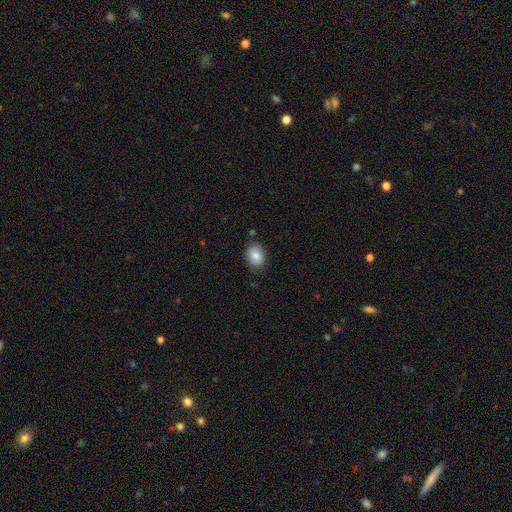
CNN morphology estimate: type=smooth (84%); roundness=in between (62%); merging=none (83%).